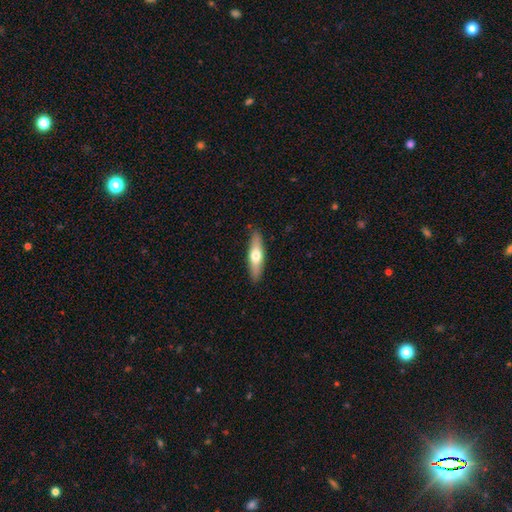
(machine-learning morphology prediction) Smooth or featured: smooth — 56% (featured or disk — 39%)
How rounded: cigar-shaped — 65% (in between — 33%)
Merging: none — 88% (minor disturbance — 9%)